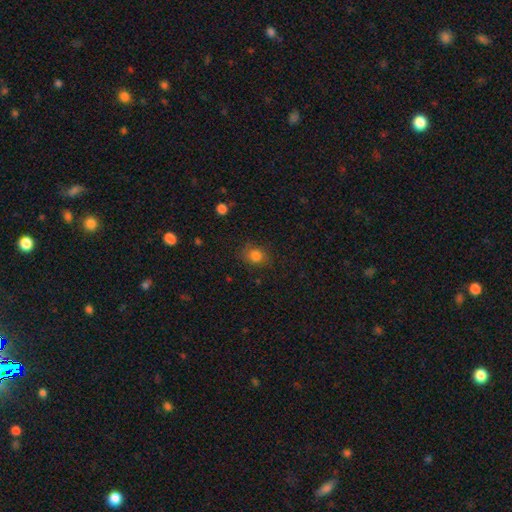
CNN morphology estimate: Overall: smooth (81%). How rounded: round (64%; in between 35%). Merging: none (77%).